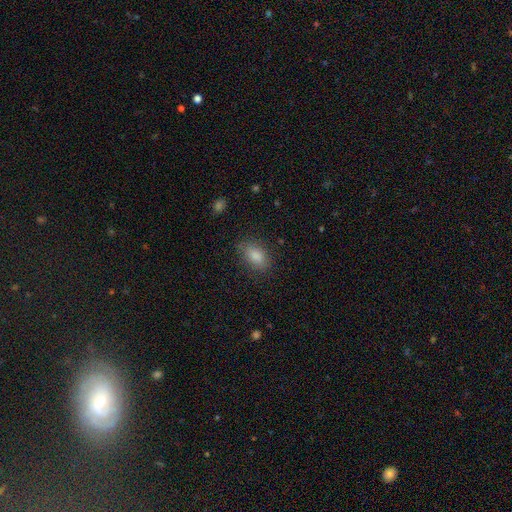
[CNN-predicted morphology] This is clearly a smooth galaxy (86%). How rounded: clearly in between (88%). Merging: clearly none (81%).